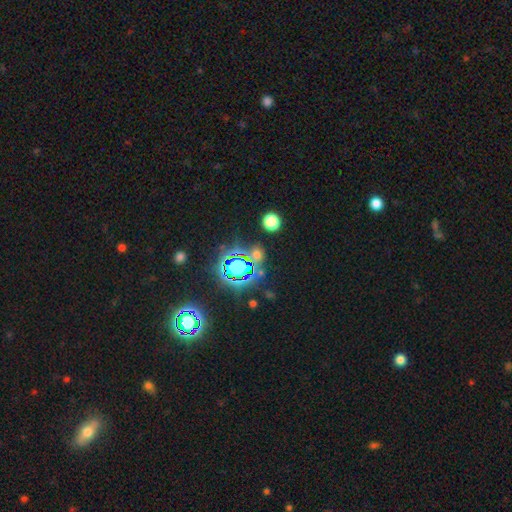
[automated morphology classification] Smooth or featured? star or artifact (68%)